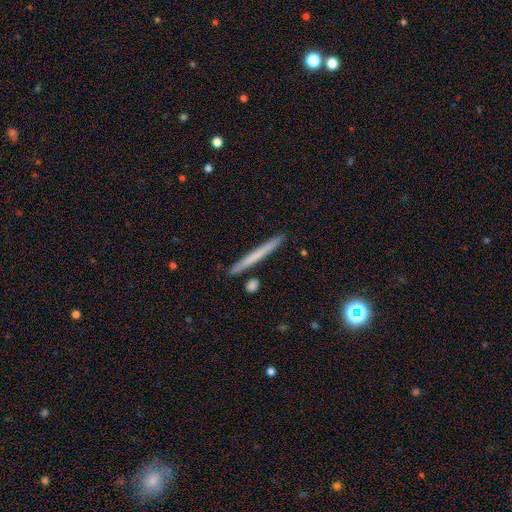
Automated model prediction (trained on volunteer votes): This is possibly a smooth galaxy (58%). How rounded: clearly cigar-shaped (97%). Merging: clearly none (91%).